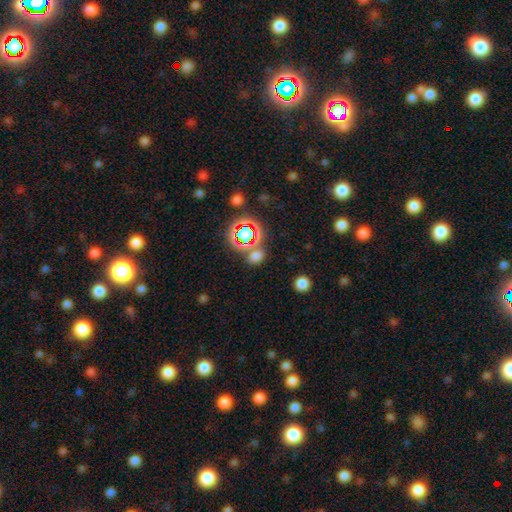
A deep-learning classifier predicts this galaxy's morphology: This appears to be a smooth galaxy with no disk features (62%) that is round (50%). Merging: none (66%).